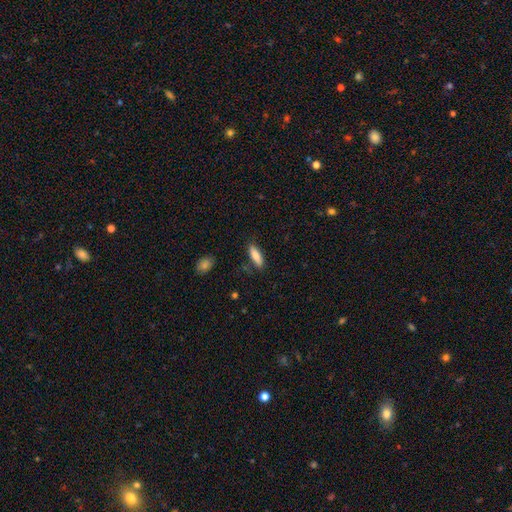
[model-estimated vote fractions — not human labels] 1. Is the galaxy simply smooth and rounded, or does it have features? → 82% smooth, 11% featured or disk, 6% star or artifact.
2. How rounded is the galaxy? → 56% in between, 43% cigar-shaped, 2% round.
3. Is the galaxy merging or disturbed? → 81% none, 13% minor disturbance, 3% major disturbance, 2% merger.